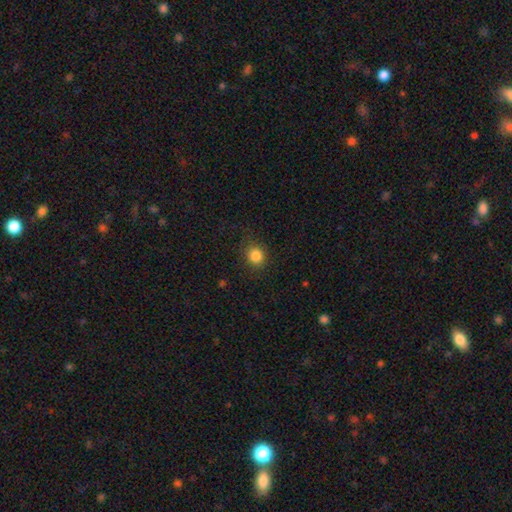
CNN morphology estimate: smooth-or-featured: smooth: 85% | star or artifact: 11% | featured or disk: 4%
  how-rounded: round: 82% | in between: 17% | cigar-shaped: 1%
  merging: none: 83% | minor disturbance: 12% | major disturbance: 4% | merger: 1%